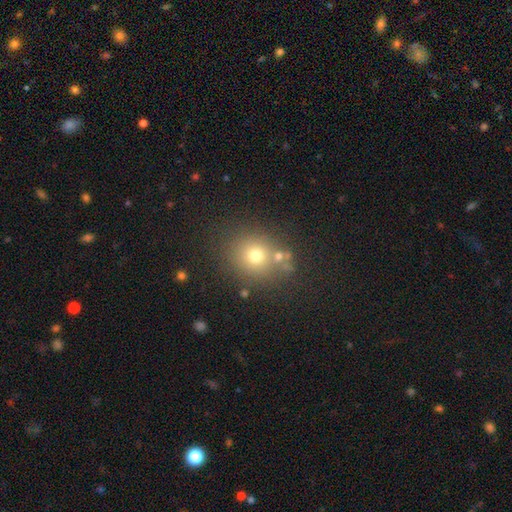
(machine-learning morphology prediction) Overall: smooth (70%). How rounded: round (81%). Merging: none (74%).